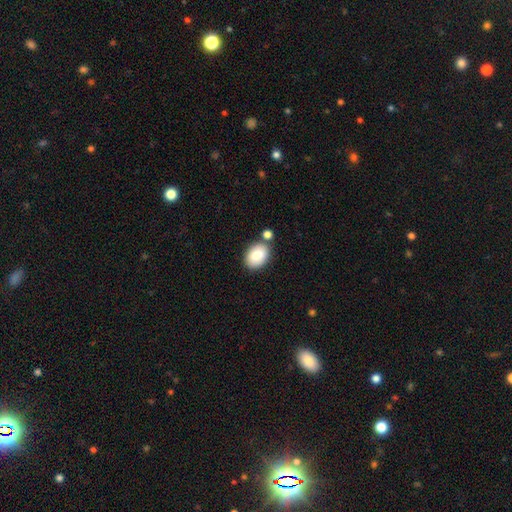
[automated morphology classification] Q: Smooth or featured?
A: smooth (83%); runner-up: featured or disk (10%)
Q: How rounded?
A: in between (80%); runner-up: round (18%)
Q: Merging?
A: none (68%); runner-up: merger (15%)